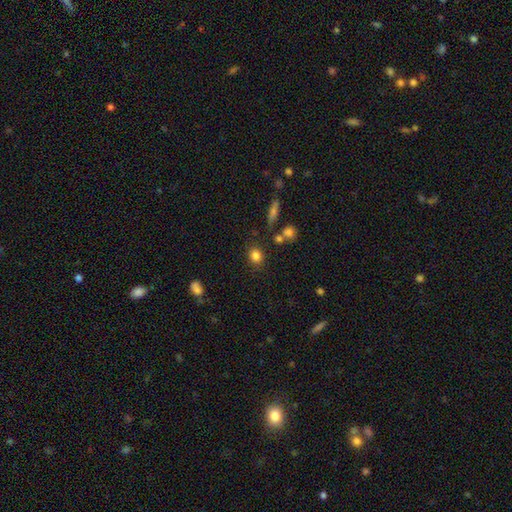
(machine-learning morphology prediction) Q: Smooth or featured?
A: smooth (82%); runner-up: star or artifact (11%)
Q: How rounded?
A: round (66%); runner-up: in between (33%)
Q: Merging?
A: none (78%); runner-up: minor disturbance (11%)